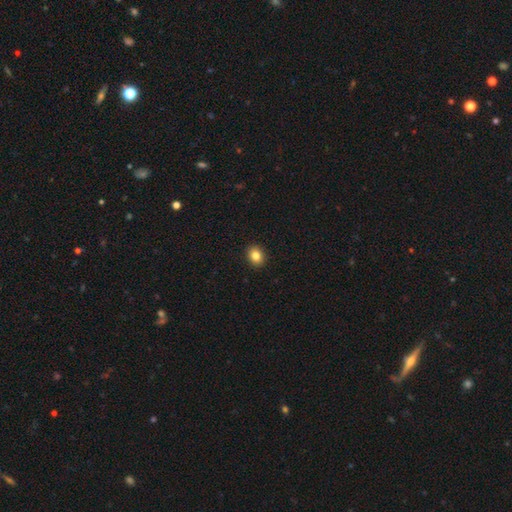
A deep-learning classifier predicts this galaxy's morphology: Overall: smooth (84%). How rounded: round (60%; in between 39%). Merging: none (92%).